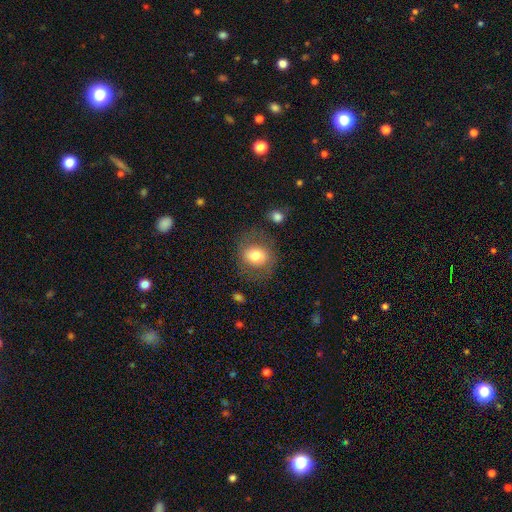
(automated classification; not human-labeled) smooth-or-featured: smooth: 71% | featured or disk: 21% | star or artifact: 8%
  how-rounded: round: 62% | in between: 37% | cigar-shaped: 1%
  merging: none: 70% | minor disturbance: 16% | major disturbance: 10% | merger: 3%